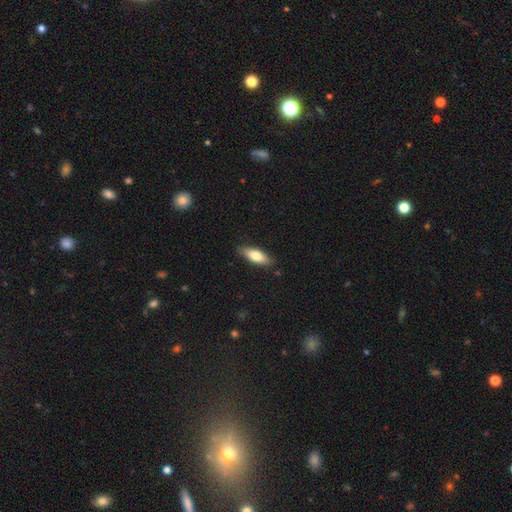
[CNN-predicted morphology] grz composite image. It shows a smooth galaxy with no disk features (76%) that is in between round and cigar-shaped (65%). Merging: none (84%).